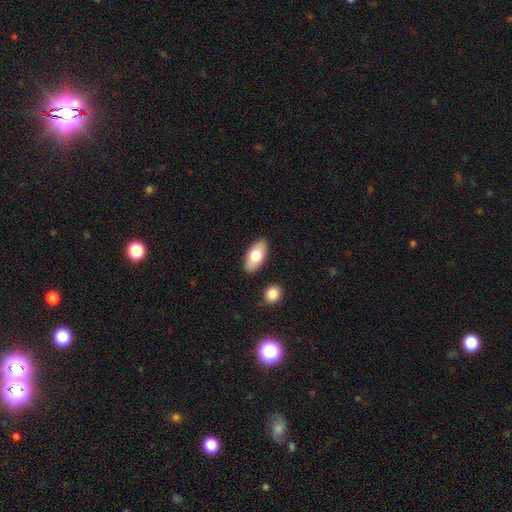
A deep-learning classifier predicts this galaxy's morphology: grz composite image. It shows a smooth galaxy with no disk features (73%) that is in between round and cigar-shaped (92%). Merging: none (87%).